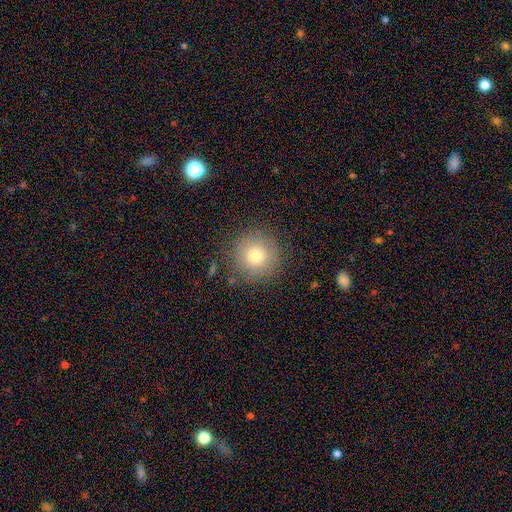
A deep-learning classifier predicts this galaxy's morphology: smooth_or_featured: smooth (p=0.75) [alt: featured or disk p=0.13]
how_rounded: round (p=0.96) [alt: in between p=0.03]
merging: none (p=0.86) [alt: minor disturbance p=0.09]